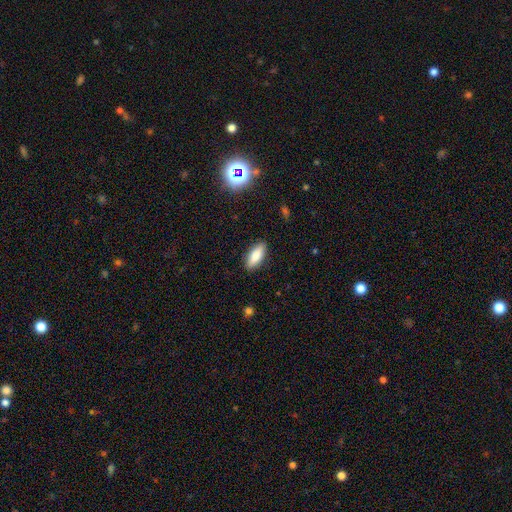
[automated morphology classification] Overall: smooth (84%). How rounded: in between (75%). Merging: none (88%).